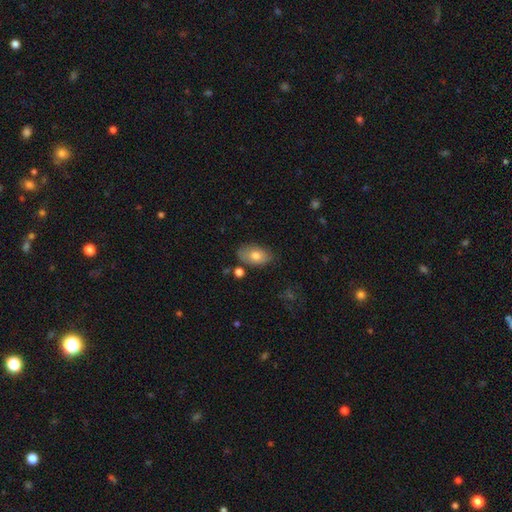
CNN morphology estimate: Overall: smooth (77%). How rounded: in between (91%). Merging: none (73%).